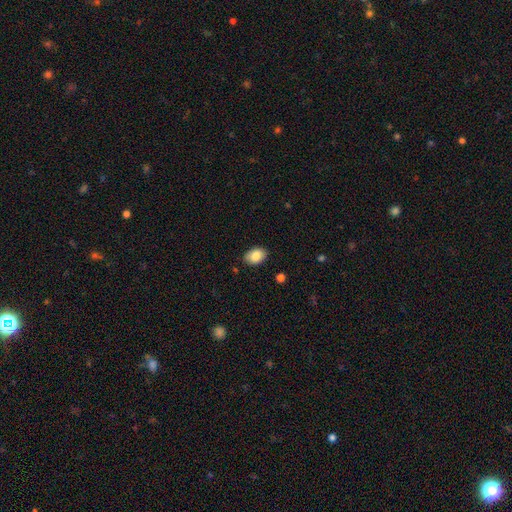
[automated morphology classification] type=smooth (85%); roundness=in between (83%); merging=none (86%).